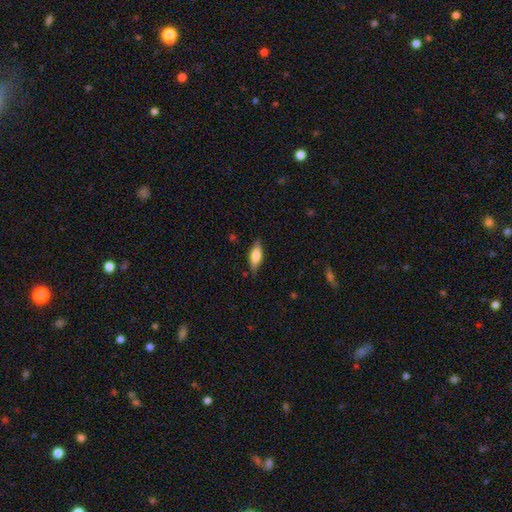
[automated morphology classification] Smooth or featured? Predicted: smooth (p=0.70). How rounded? Predicted: in between (p=0.67). Merging? Predicted: none (p=0.80).